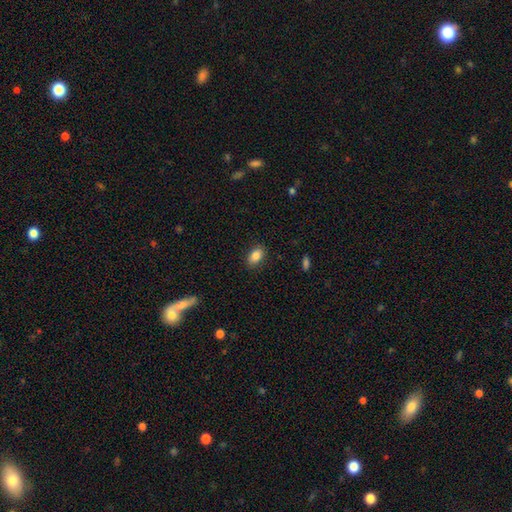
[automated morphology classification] Smooth or featured: smooth — 86% (star or artifact — 8%)
How rounded: in between — 88% (round — 10%)
Merging: none — 87% (minor disturbance — 9%)